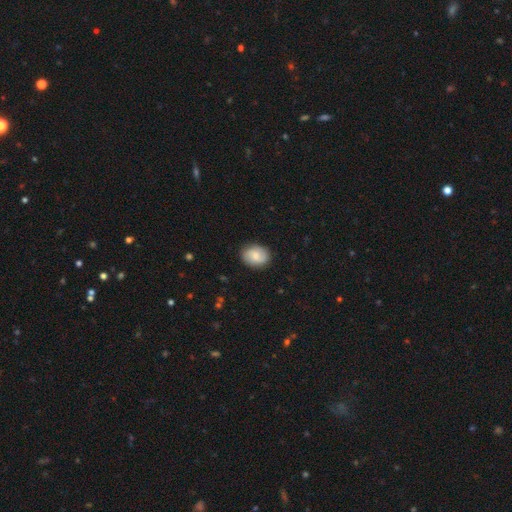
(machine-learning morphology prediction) A smooth galaxy with no disk features (75%) that is in between round and cigar-shaped (59%). Merging: none (85%).